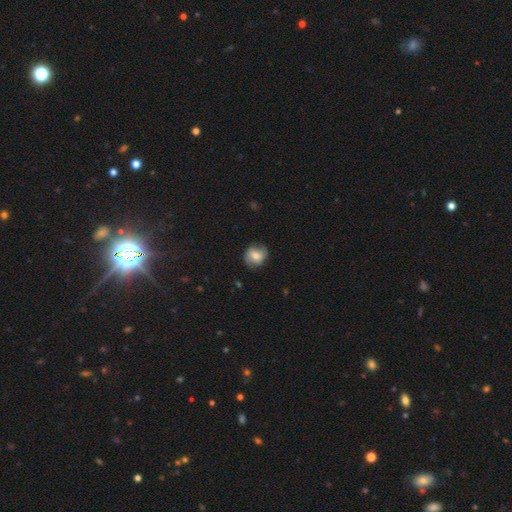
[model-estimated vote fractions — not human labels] Smooth or featured: smooth — 53% (featured or disk — 39%)
How rounded: round — 64% (in between — 35%)
Merging: none — 73% (minor disturbance — 20%)